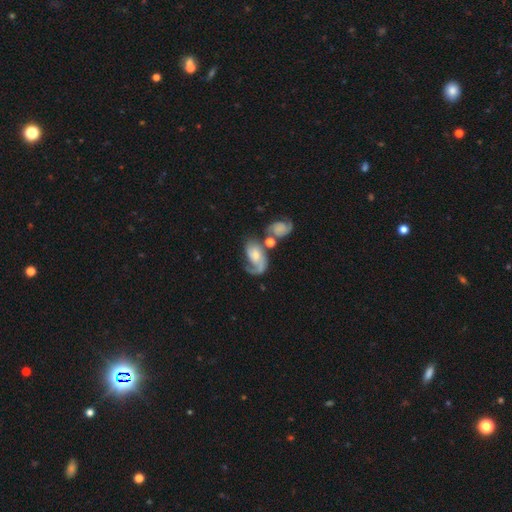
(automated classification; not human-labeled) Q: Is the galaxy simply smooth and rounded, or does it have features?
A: featured or disk — 73%.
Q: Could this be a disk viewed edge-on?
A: no — 96%.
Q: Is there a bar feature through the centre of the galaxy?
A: no — 65%.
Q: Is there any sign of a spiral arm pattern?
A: yes — 92%.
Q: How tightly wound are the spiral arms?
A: medium — 41%.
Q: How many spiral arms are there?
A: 2 — 47%.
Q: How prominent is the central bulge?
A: small — 44%.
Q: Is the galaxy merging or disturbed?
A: none — 33%.